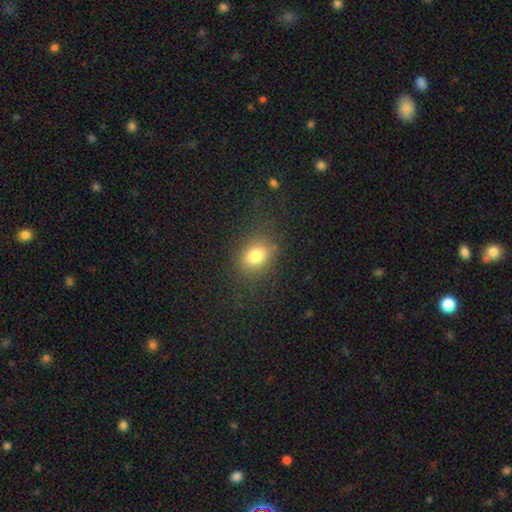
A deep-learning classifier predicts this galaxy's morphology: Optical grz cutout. It shows a smooth galaxy with no disk features (79%) that is in between round and cigar-shaped (52%). Merging: none (80%).